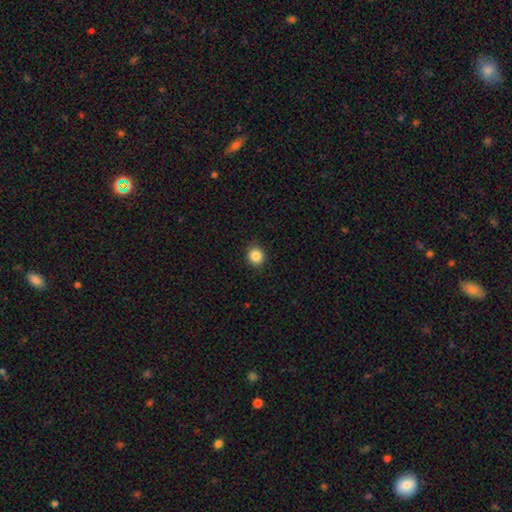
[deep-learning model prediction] Smooth or featured: smooth — 86% (star or artifact — 10%)
How rounded: round — 87% (in between — 12%)
Merging: none — 91% (minor disturbance — 7%)